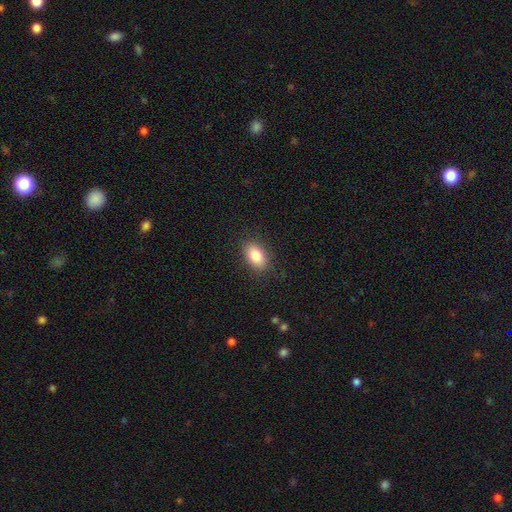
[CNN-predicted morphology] This appears to be a smooth galaxy with no disk features (84%) that is in between round and cigar-shaped (90%). Merging: none (87%).